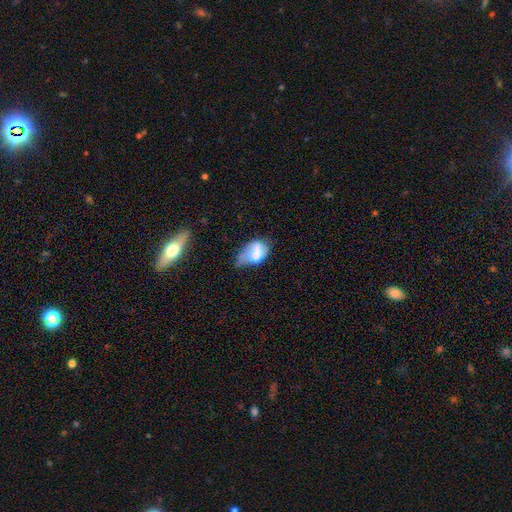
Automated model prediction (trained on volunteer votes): Smooth or featured? smooth (55%)
How rounded? in between (86%)
Merging? minor disturbance (35%)